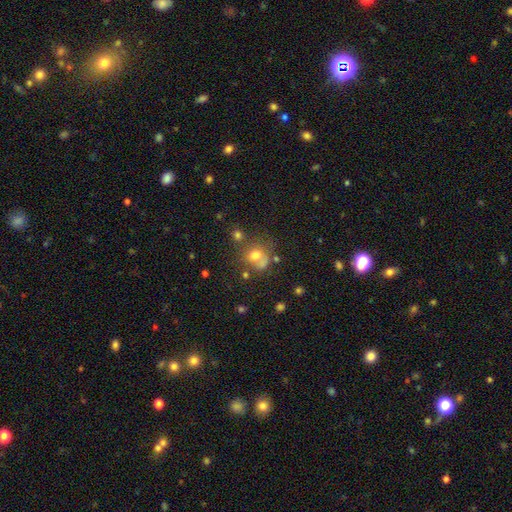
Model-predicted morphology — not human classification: This is likely a smooth galaxy (66%). How rounded: likely round (72%). Merging: marginally none (44%).